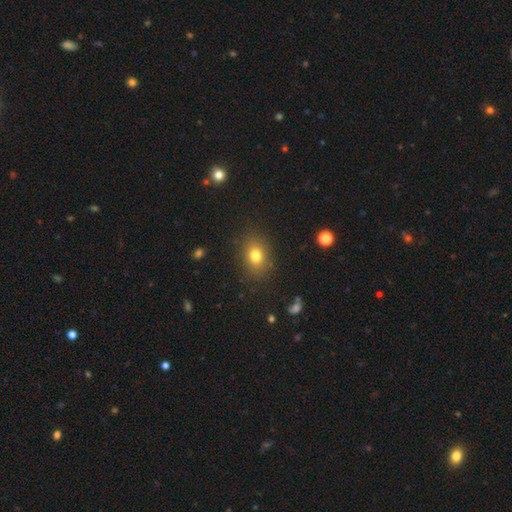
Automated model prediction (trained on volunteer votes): This appears to be a smooth galaxy with no disk features (78%) that is in between round and cigar-shaped (61%). Merging: none (85%).